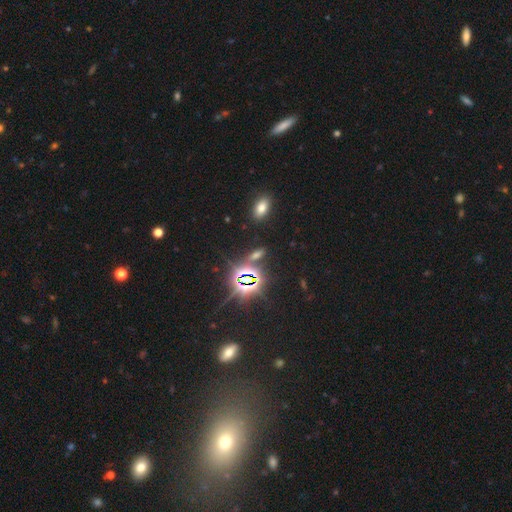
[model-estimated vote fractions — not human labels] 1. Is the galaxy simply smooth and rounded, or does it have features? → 66% star or artifact, 24% smooth, 10% featured or disk.